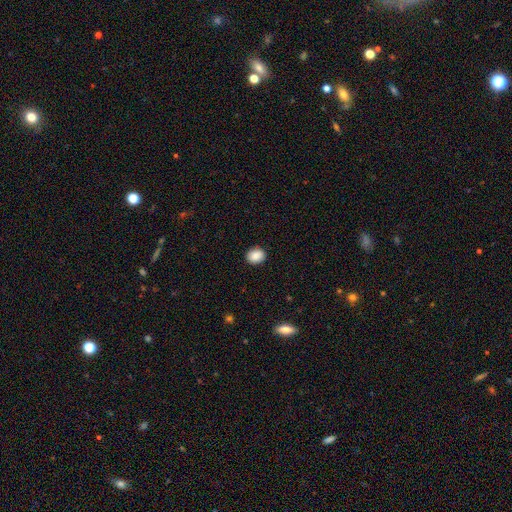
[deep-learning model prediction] Smooth or featured: smooth — 88% (star or artifact — 8%)
How rounded: round — 61% (in between — 38%)
Merging: none — 90% (minor disturbance — 7%)